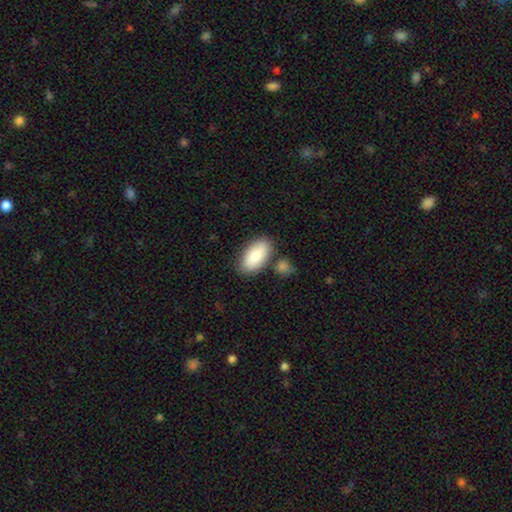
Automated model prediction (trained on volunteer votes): Morphology: type=smooth (81%); roundness=in between (93%); merging=none (74%).